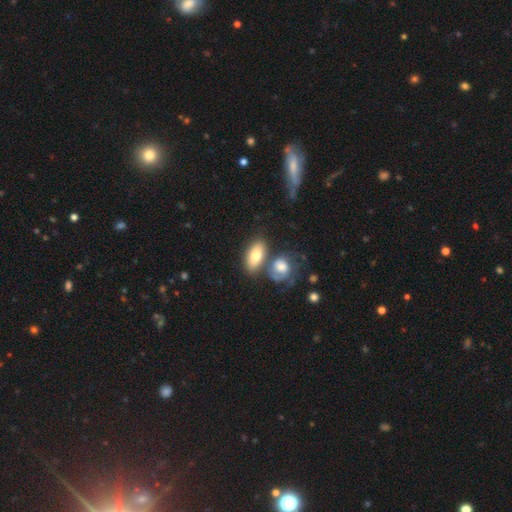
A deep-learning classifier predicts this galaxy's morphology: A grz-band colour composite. It shows a smooth galaxy with no disk features (72%) that is in between round and cigar-shaped (88%). Merging: none (53%).